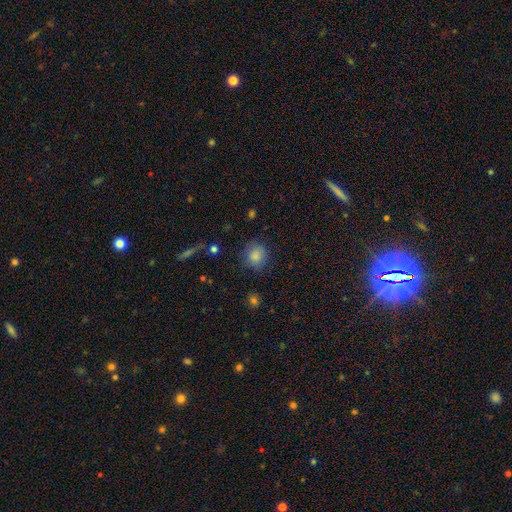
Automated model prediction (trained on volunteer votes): The model was most divided on "how rounded": round: 82%, in between: 16%, cigar-shaped: 1%. More confident: smooth or featured — smooth (84%); merging — none (80%).